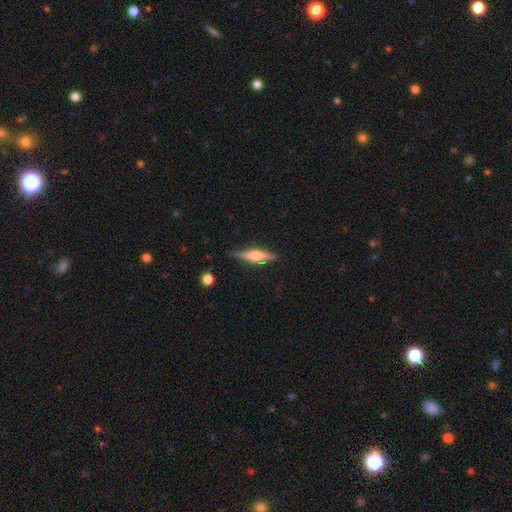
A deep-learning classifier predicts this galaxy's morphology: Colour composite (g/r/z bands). It shows a featured or disk galaxy (62%) viewed edge-on (96%) with a rounded central bulge (87%). Merging: none (86%).